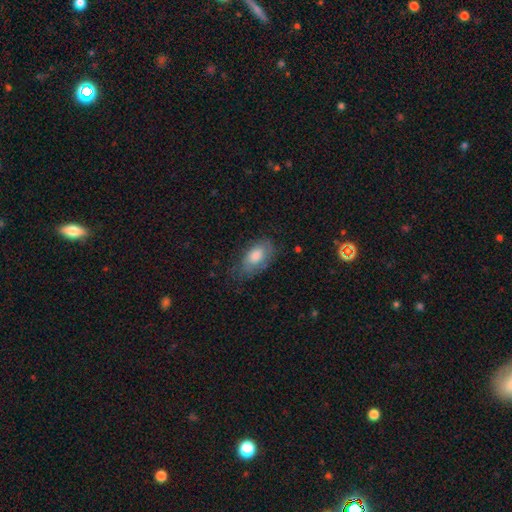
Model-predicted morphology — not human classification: smooth 68%, featured or disk 25%, star or artifact 8%. Down the decision tree: how rounded — in between (91%); merging — none (57%).